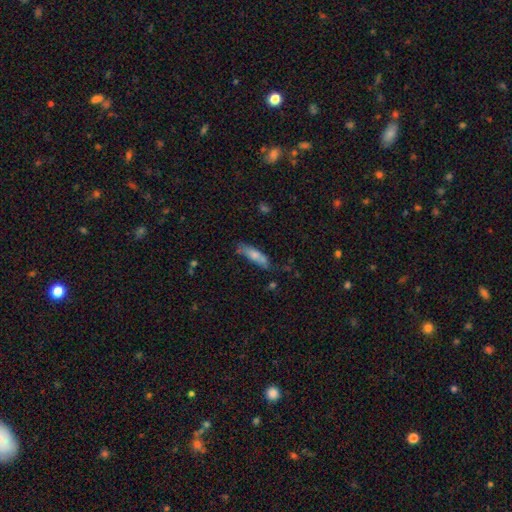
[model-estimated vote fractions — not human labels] A smooth galaxy with no disk features (71%) that is cigar-shaped (59%). Merging: none (53%).